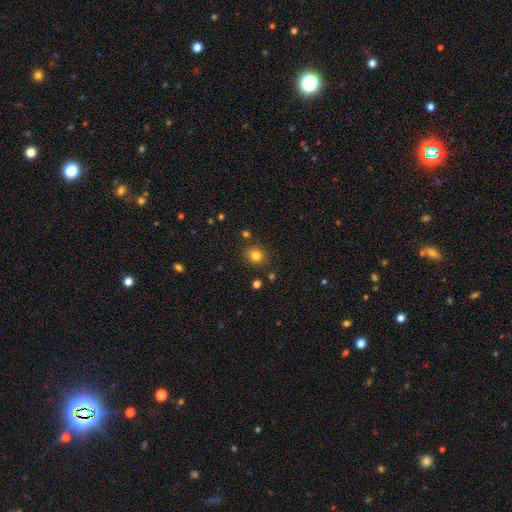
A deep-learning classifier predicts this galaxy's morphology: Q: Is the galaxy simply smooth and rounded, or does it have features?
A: smooth — 81%.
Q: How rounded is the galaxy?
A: round — 76%.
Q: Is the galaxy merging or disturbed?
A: none — 83%.